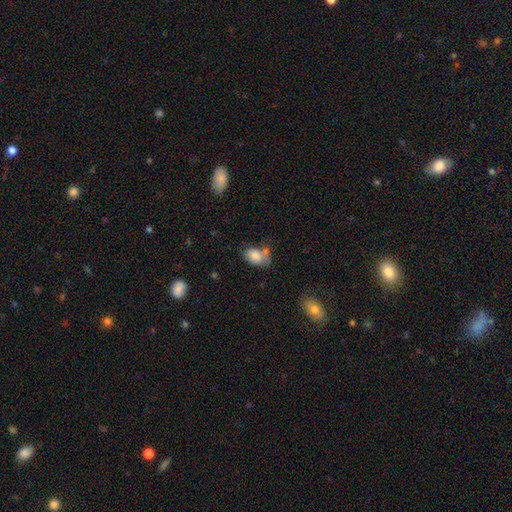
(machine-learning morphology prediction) A smooth galaxy with no disk features (83%) that is in between round and cigar-shaped (86%).

Vote fractions:
- Smooth or featured? smooth: 83% / featured or disk: 10% / star or artifact: 8%
- How rounded? in between: 86% / round: 13% / cigar-shaped: 1%
- Merging? none: 44% / minor disturbance: 23% / merger: 23% / major disturbance: 9%